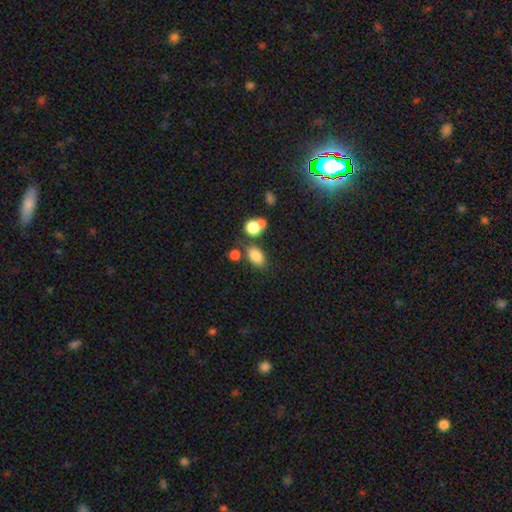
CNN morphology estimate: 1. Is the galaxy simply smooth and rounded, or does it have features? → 82% smooth, 11% star or artifact, 7% featured or disk.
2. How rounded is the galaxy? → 85% in between, 13% round, 2% cigar-shaped.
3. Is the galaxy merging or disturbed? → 65% none, 17% merger, 14% minor disturbance, 5% major disturbance.